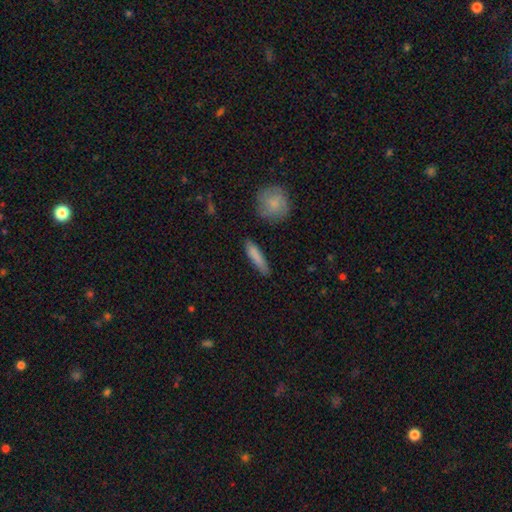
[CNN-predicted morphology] smooth 81%, featured or disk 13%, star or artifact 6%. Down the decision tree: how rounded — cigar-shaped (82%); merging — none (83%).